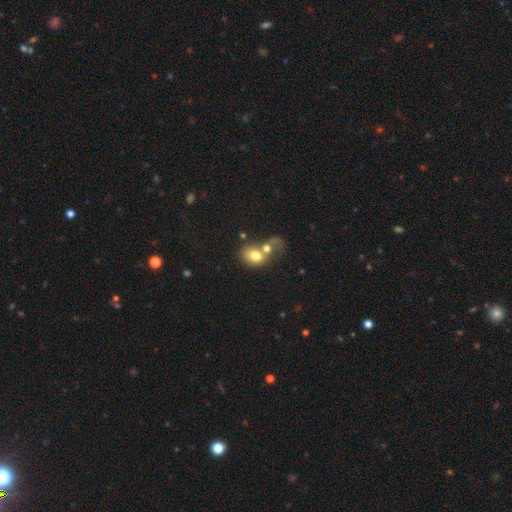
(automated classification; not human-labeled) Smooth or featured? Predicted: smooth (p=0.71). How rounded? Predicted: in between (p=0.57). Merging? Predicted: merger (p=0.67).